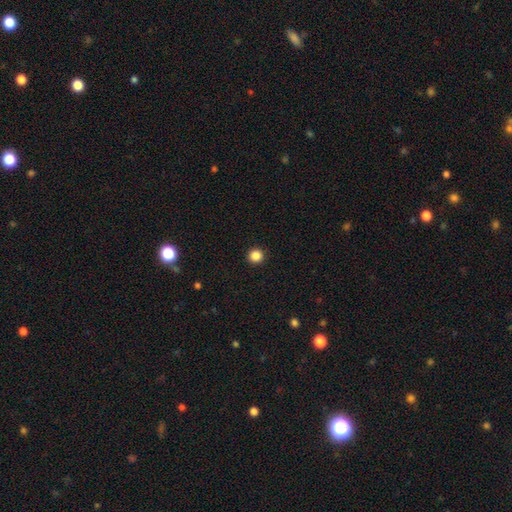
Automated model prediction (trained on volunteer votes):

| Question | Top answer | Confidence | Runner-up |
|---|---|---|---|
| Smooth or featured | smooth | 86% | star or artifact (11%) |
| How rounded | round | 96% | in between (3%) |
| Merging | none | 94% | minor disturbance (4%) |